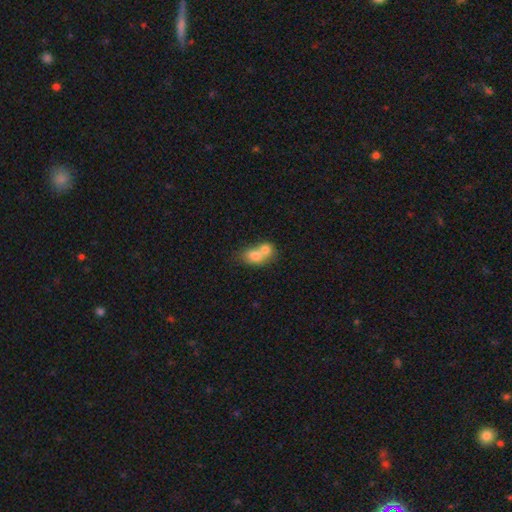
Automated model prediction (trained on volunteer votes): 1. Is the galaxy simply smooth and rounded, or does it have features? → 71% smooth, 20% featured or disk, 9% star or artifact.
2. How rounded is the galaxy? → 60% in between, 38% round, 2% cigar-shaped.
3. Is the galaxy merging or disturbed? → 72% merger, 19% none, 6% minor disturbance, 3% major disturbance.